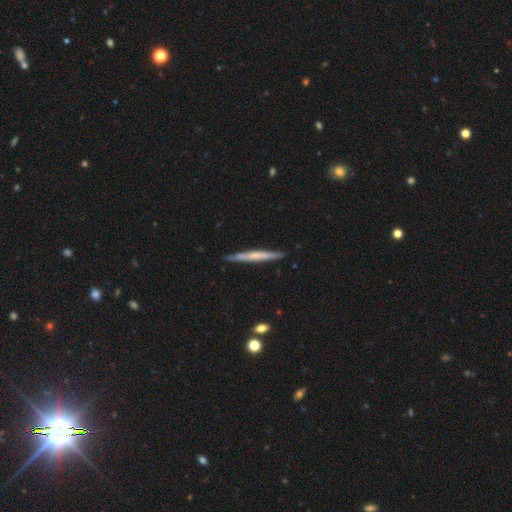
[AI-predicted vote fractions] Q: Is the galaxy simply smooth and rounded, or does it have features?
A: smooth — 49%.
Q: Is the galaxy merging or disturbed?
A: none — 89%.